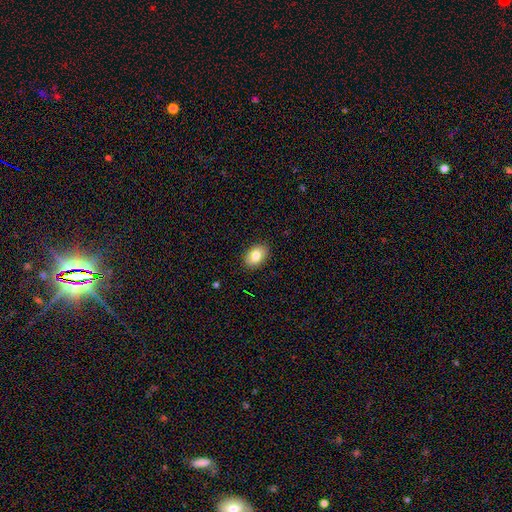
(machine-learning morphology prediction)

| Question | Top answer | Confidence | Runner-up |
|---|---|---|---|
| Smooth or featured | smooth | 82% | featured or disk (10%) |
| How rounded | in between | 82% | round (17%) |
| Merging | none | 88% | minor disturbance (9%) |